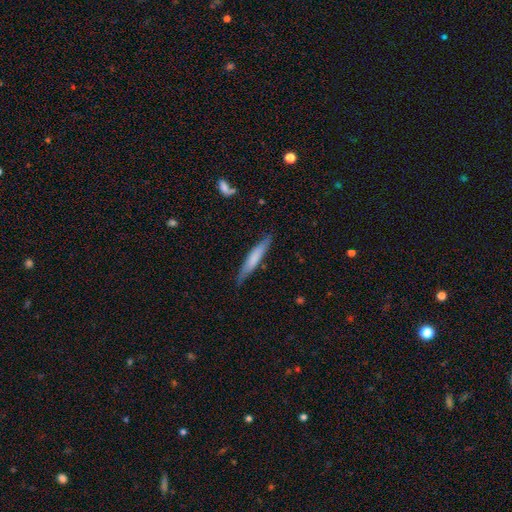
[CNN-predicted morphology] This appears to be a smooth galaxy with no disk features (62%) that is cigar-shaped (93%). Merging: none (83%).